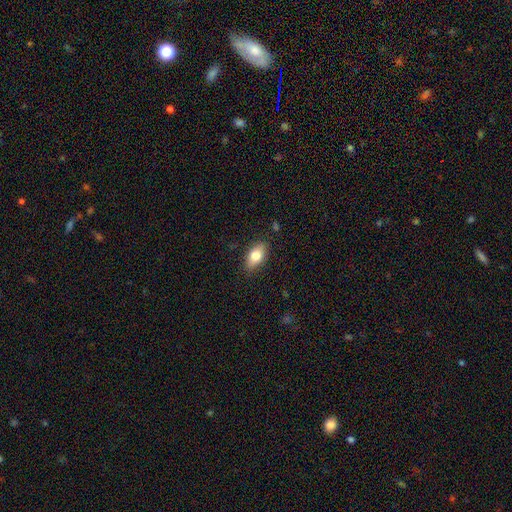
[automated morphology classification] This is likely a smooth galaxy (74%). How rounded: clearly in between (86%). Merging: clearly none (84%).